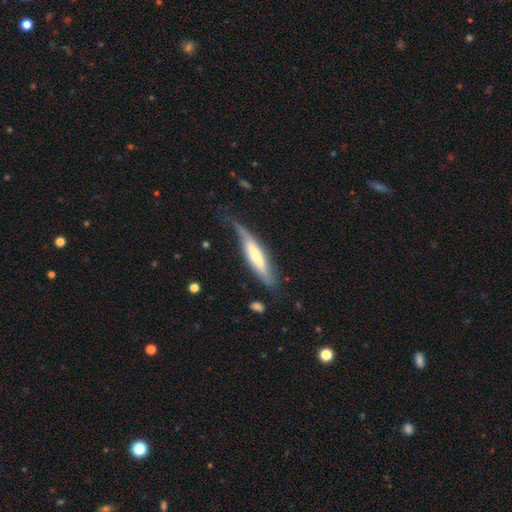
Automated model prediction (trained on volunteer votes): Smooth or featured? smooth (52%)
How rounded? cigar-shaped (79%)
Merging? none (50%)